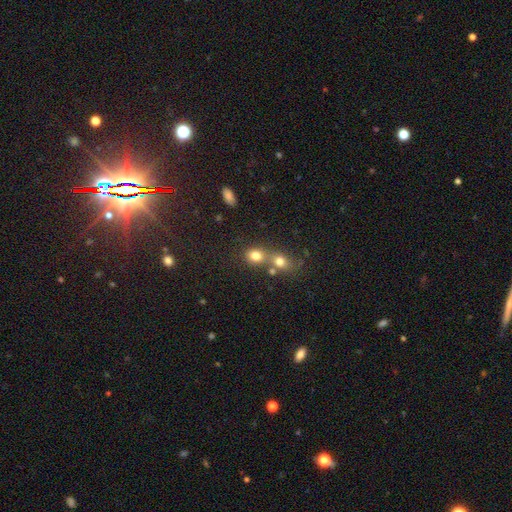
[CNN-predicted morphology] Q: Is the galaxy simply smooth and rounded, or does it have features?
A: smooth — 77%.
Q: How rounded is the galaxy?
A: round — 67%.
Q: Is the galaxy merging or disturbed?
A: merger — 49%.